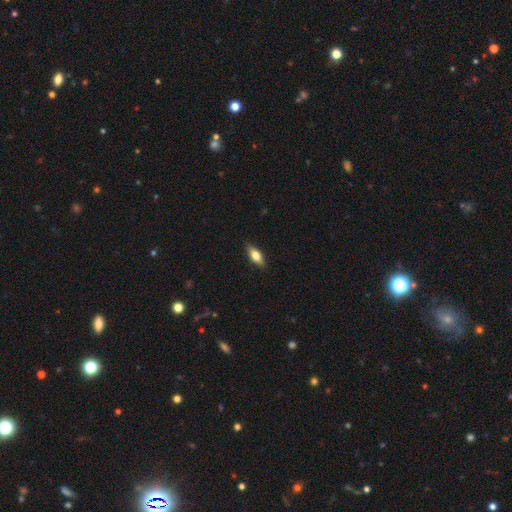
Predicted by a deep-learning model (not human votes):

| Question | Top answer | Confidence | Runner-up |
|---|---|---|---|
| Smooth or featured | smooth | 65% | featured or disk (28%) |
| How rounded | in between | 70% | cigar-shaped (26%) |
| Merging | none | 87% | minor disturbance (10%) |